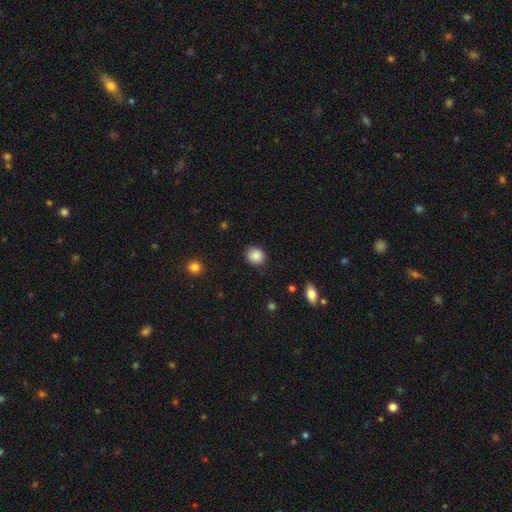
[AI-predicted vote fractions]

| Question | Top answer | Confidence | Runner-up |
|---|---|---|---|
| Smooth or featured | smooth | 87% | star or artifact (9%) |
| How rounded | round | 79% | in between (20%) |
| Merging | none | 87% | minor disturbance (10%) |